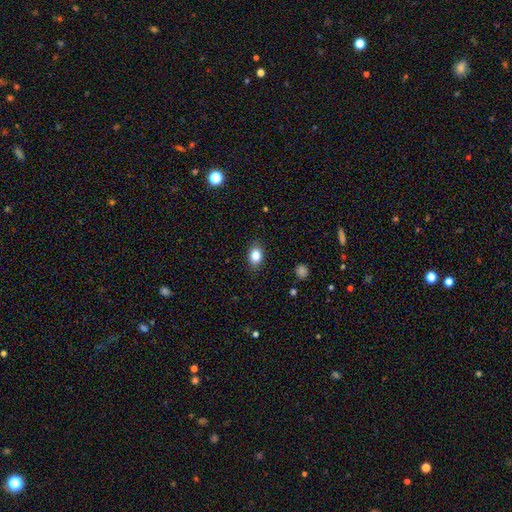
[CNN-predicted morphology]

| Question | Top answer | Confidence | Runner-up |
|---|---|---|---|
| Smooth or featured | smooth | 84% | star or artifact (9%) |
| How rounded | in between | 76% | round (23%) |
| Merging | none | 85% | minor disturbance (11%) |